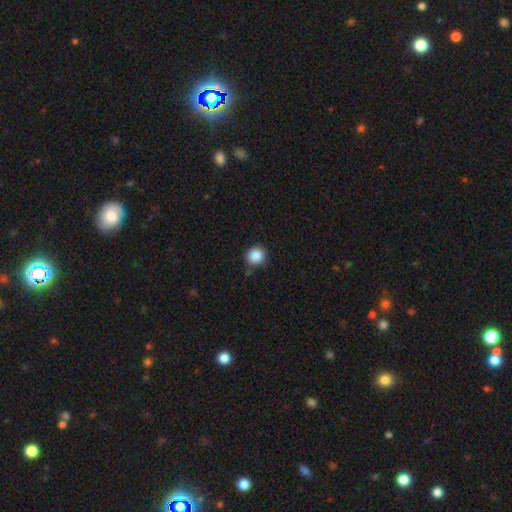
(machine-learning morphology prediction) A smooth galaxy with no disk features (87%) that is round (86%). Merging: none (83%).